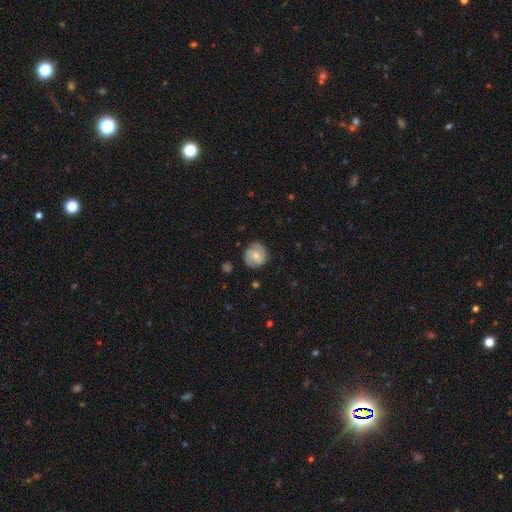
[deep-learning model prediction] Smooth or featured? Predicted: featured or disk (p=0.53). Edge-on disk? Predicted: no (p=0.97). Bar? Predicted: no (p=0.53). Spiral arms? Predicted: yes (p=0.88). Bulge size? Predicted: small (p=0.50). Merging? Predicted: none (p=0.80).